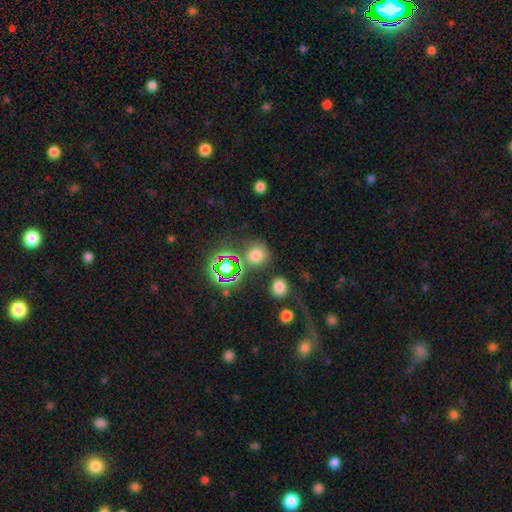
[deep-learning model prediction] Smooth or featured?
  - smooth: 62% *
  - star or artifact: 30%
  - featured or disk: 8%
How rounded?
  - round: 83% *
  - in between: 15%
  - cigar-shaped: 1%
Merging?
  - none: 71% *
  - minor disturbance: 13%
  - merger: 10%
  - major disturbance: 6%